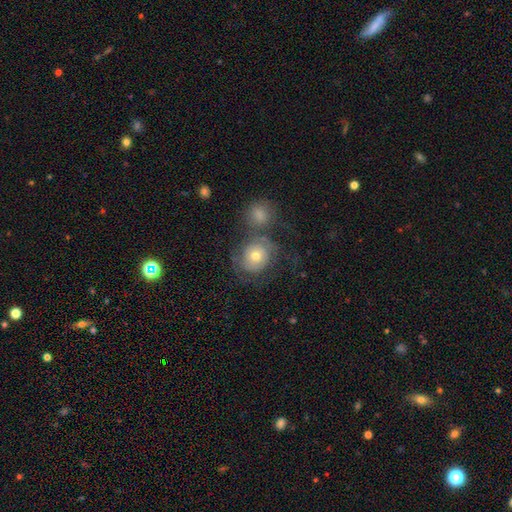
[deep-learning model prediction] smooth-or-featured: smooth: 49% | featured or disk: 41% | star or artifact: 10%
  merging: none: 43% | merger: 28% | major disturbance: 15% | minor disturbance: 15%